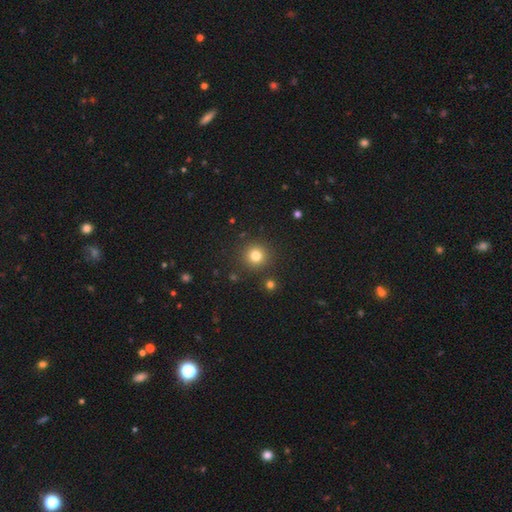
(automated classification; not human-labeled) Smooth or featured: smooth — 80% (star or artifact — 14%)
How rounded: round — 94% (in between — 5%)
Merging: none — 89% (minor disturbance — 6%)